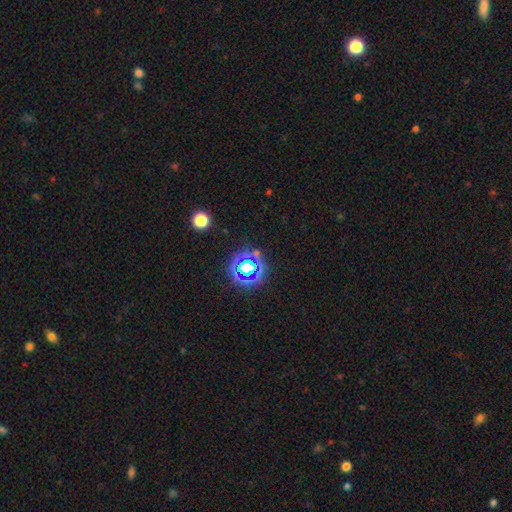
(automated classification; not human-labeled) Q: Smooth or featured?
A: star or artifact (69%); runner-up: smooth (23%)